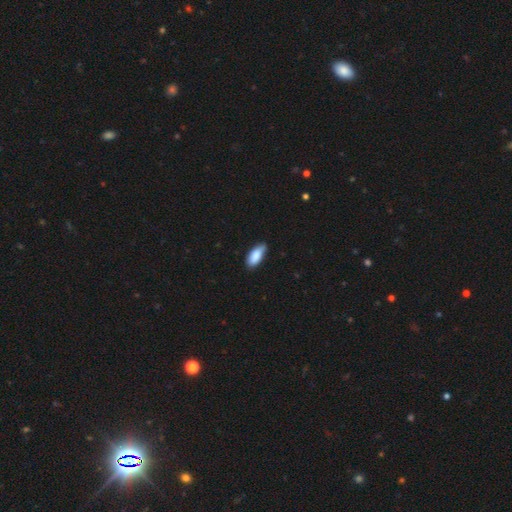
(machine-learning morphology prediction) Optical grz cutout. It shows a smooth galaxy with no disk features (87%) that is in between round and cigar-shaped (84%). Merging: none (71%).